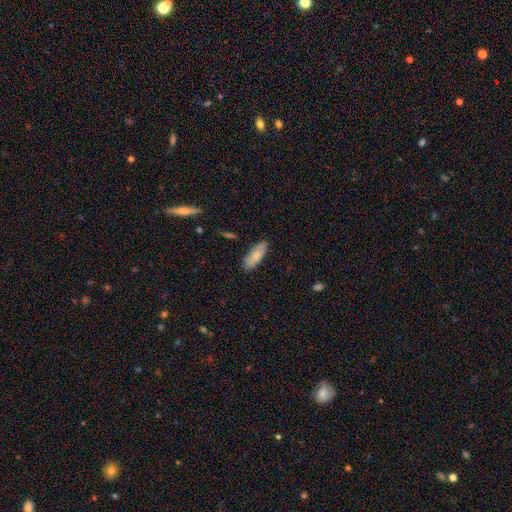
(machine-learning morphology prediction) A smooth galaxy with no disk features (82%) that is in between round and cigar-shaped (68%). Merging: none (85%).